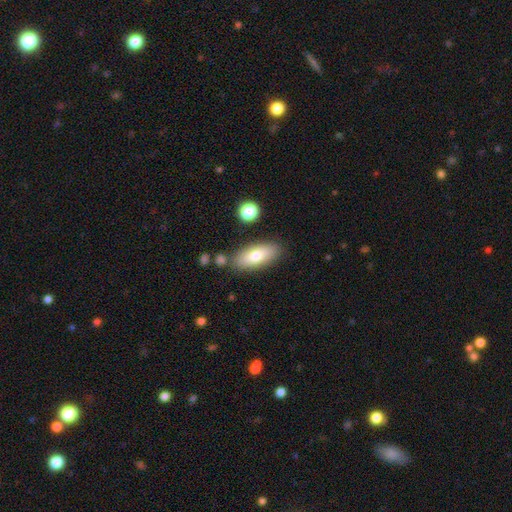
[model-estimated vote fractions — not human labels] A smooth galaxy with no disk features (74%) that is in between round and cigar-shaped (76%). Merging: none (80%).